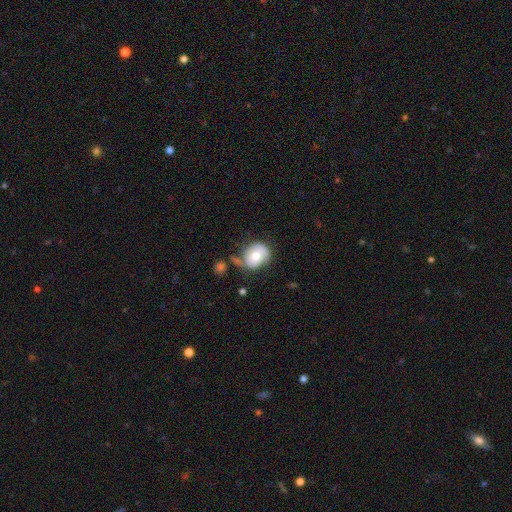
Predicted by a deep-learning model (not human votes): Smooth or featured? Predicted: smooth (p=0.63). How rounded? Predicted: round (p=0.59). Merging? Predicted: none (p=0.48).